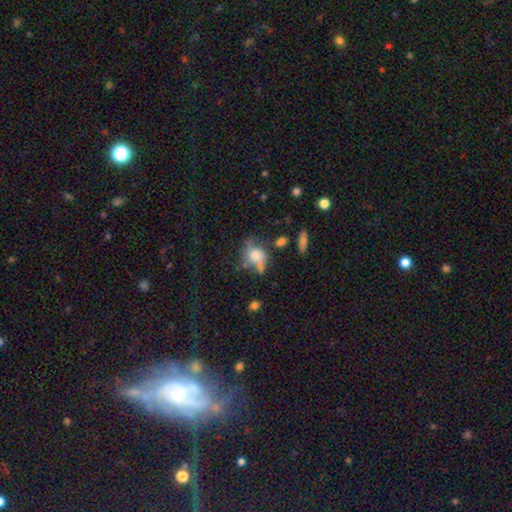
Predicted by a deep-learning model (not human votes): The model was most divided on "how rounded": in between: 49%, round: 48%, cigar-shaped: 3%. Remaining: smooth or featured — smooth (52%); merging — none (43%).